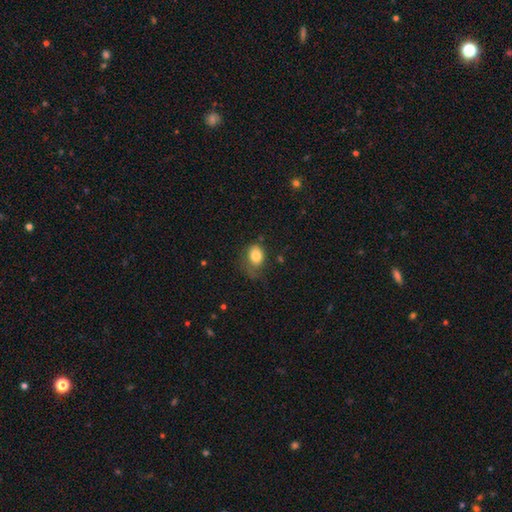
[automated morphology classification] The model was most divided on "merging": none: 47%, minor disturbance: 31%, major disturbance: 19%, merger: 3%. More confident: smooth or featured — smooth (81%); how rounded — in between (67%).